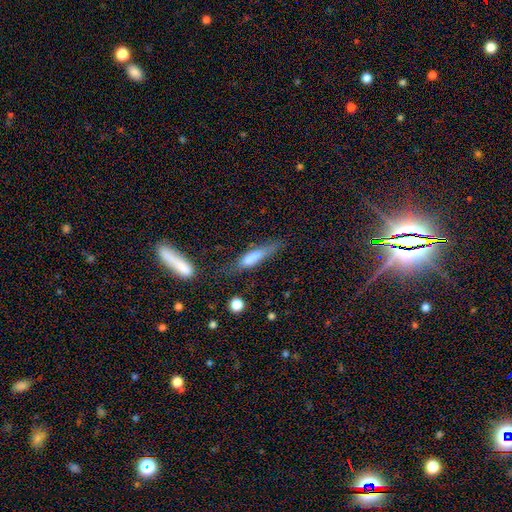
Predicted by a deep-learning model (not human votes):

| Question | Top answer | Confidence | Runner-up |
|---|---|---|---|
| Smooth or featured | smooth | 59% | featured or disk (31%) |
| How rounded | cigar-shaped | 83% | in between (15%) |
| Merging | none | 52% | minor disturbance (27%) |